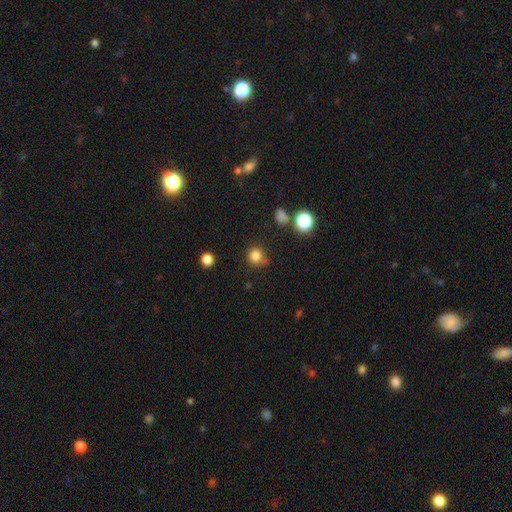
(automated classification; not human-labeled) smooth-or-featured: smooth: 81% | star or artifact: 14% | featured or disk: 5%
  how-rounded: round: 88% | in between: 11% | cigar-shaped: 1%
  merging: none: 73% | minor disturbance: 17% | merger: 6% | major disturbance: 5%